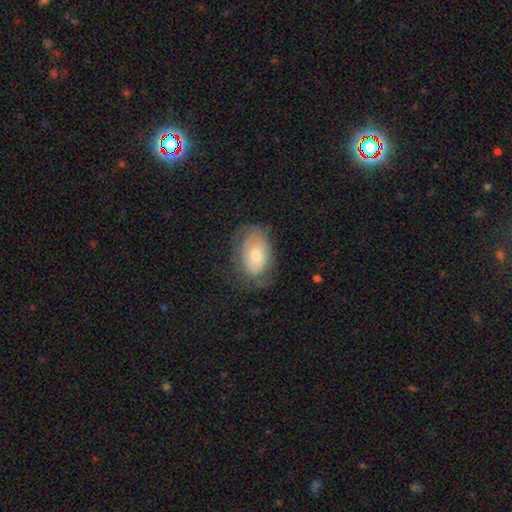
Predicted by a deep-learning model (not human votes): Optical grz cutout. It shows a smooth galaxy with no disk features (48%). Merging: none (60%).